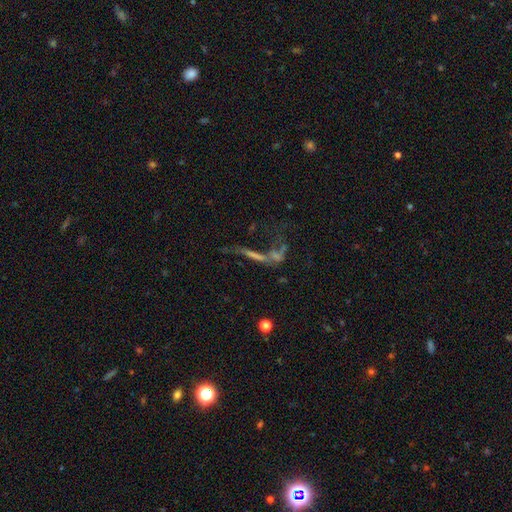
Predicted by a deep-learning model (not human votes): Morphology: type=featured or disk (49%); merging=merger (33%).